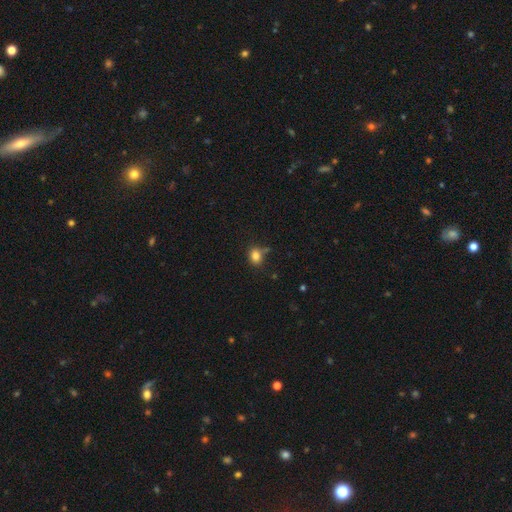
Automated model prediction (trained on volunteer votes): Smooth or featured? Predicted: smooth (p=0.82). How rounded? Predicted: round (p=0.58). Merging? Predicted: none (p=0.70).